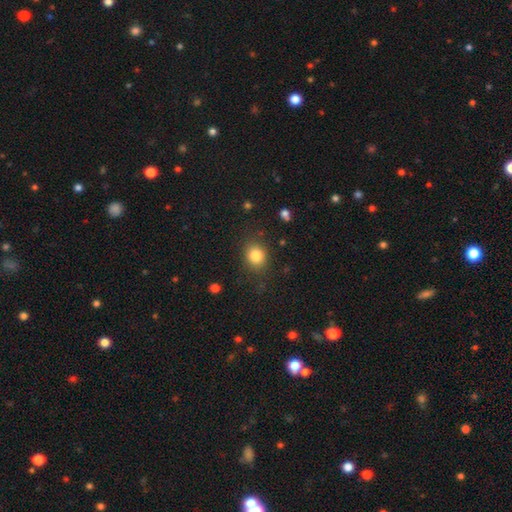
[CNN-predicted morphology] smooth 83%, star or artifact 11%, featured or disk 6%. Down the decision tree: how rounded — round (68%); merging — none (82%).